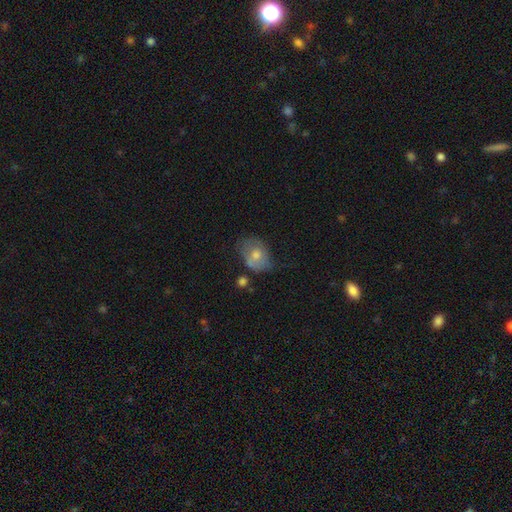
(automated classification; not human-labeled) Smooth or featured?
  - smooth: 52% *
  - featured or disk: 38%
  - star or artifact: 10%
How rounded?
  - in between: 61% *
  - round: 38%
  - cigar-shaped: 1%
Merging?
  - none: 49% *
  - minor disturbance: 31%
  - major disturbance: 13%
  - merger: 6%